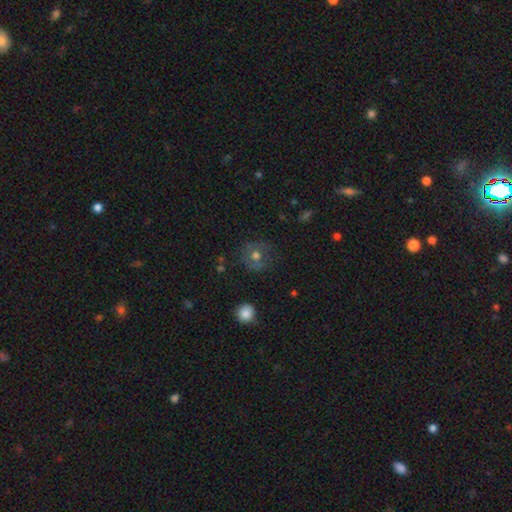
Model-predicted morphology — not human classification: A smooth galaxy with no disk features (57%) that is round (87%).

Vote fractions:
- Smooth or featured? smooth: 57% / featured or disk: 30% / star or artifact: 13%
- How rounded? round: 87% / in between: 12% / cigar-shaped: 1%
- Merging? none: 76% / minor disturbance: 16% / major disturbance: 7% / merger: 2%